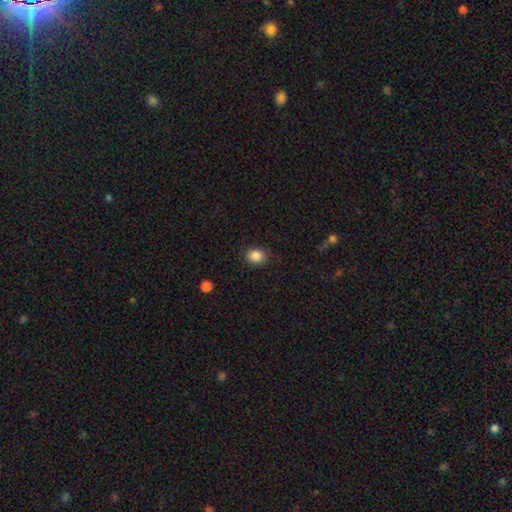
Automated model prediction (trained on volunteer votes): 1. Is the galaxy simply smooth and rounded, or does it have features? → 87% smooth, 9% star or artifact, 4% featured or disk.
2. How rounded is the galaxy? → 60% round, 39% in between, 1% cigar-shaped.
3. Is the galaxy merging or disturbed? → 86% none, 10% minor disturbance, 3% major disturbance, 1% merger.